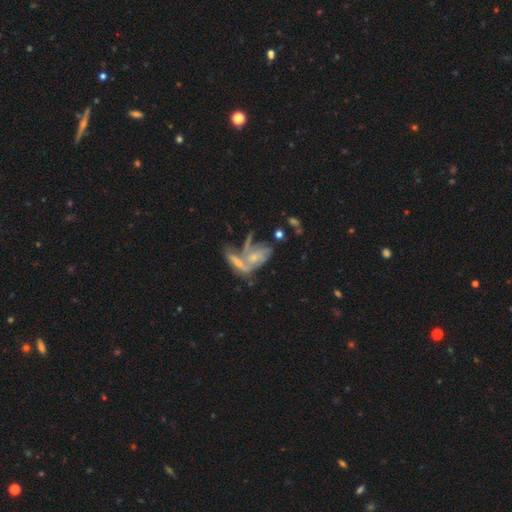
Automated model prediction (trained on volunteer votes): Morphology: type=featured or disk (62%); edge-on=no (91%); bar=no (73%); spiral arms=yes (70%); bulge=small (58%); merging=merger (50%).